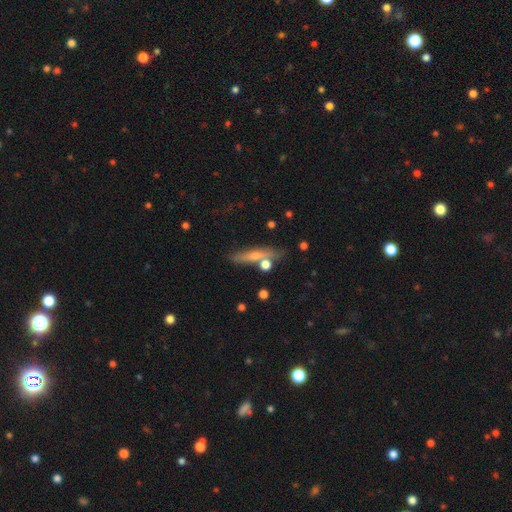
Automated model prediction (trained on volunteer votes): This is possibly a featured or disk galaxy (47%). Merging: likely none (72%).